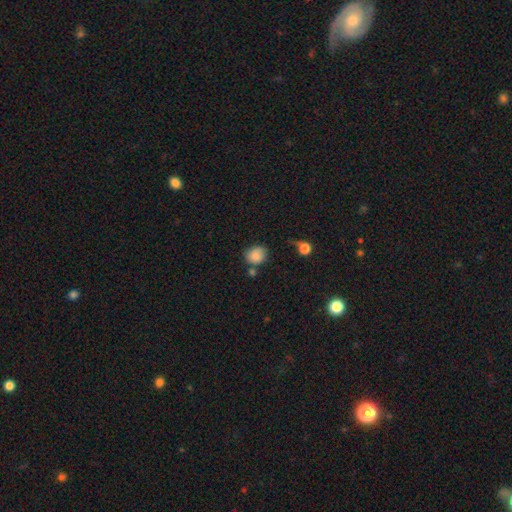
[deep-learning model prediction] Q: Smooth or featured?
A: smooth (83%); runner-up: star or artifact (9%)
Q: How rounded?
A: round (64%); runner-up: in between (35%)
Q: Merging?
A: none (62%); runner-up: minor disturbance (23%)